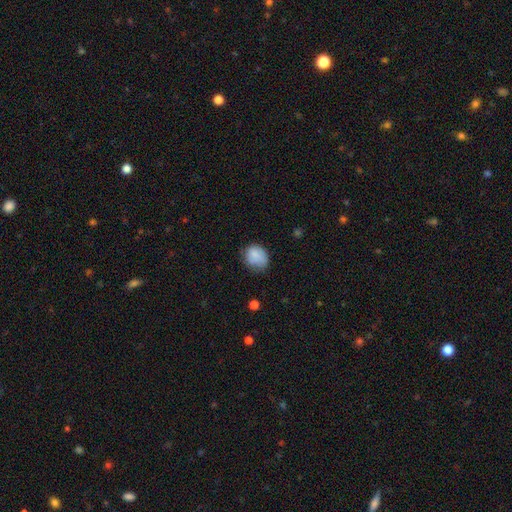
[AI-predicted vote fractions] Smooth or featured?
  - smooth: 82% *
  - featured or disk: 9%
  - star or artifact: 8%
How rounded?
  - round: 64% *
  - in between: 35%
  - cigar-shaped: 1%
Merging?
  - none: 57% *
  - minor disturbance: 32%
  - major disturbance: 9%
  - merger: 2%